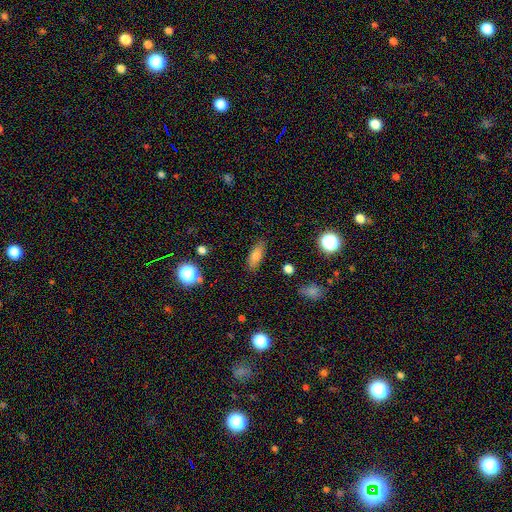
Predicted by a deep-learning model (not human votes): A smooth galaxy with no disk features (78%) that is in between round and cigar-shaped (70%).

Vote fractions:
- Smooth or featured? smooth: 78% / featured or disk: 12% / star or artifact: 10%
- How rounded? in between: 70% / cigar-shaped: 27% / round: 4%
- Merging? none: 83% / minor disturbance: 12% / major disturbance: 3% / merger: 2%